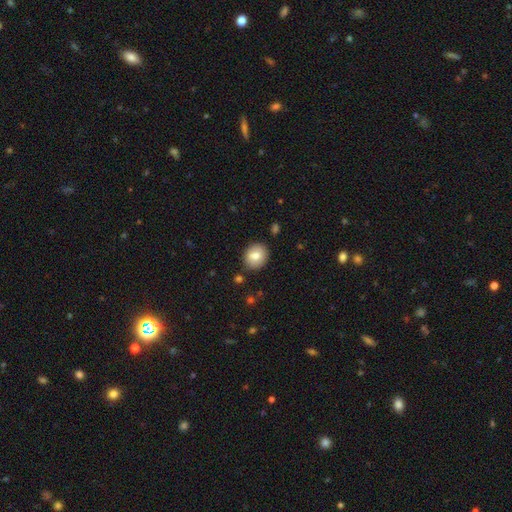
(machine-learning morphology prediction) Smooth or featured? smooth (78%)
How rounded? round (75%)
Merging? none (87%)